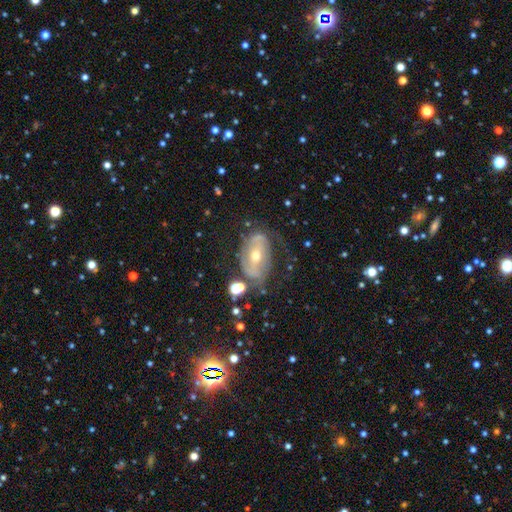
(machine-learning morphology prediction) Smooth or featured?
  - featured or disk: 69% *
  - smooth: 21%
  - star or artifact: 9%
Edge-on disk?
  - no: 92% *
  - yes: 8%
Bar?
  - no: 37% *
  - weak: 33%
  - strong: 30%
Spiral arms?
  - yes: 66% *
  - no: 34%
Bulge size?
  - moderate: 52% *
  - small: 44%
  - large: 2%
  - none: 1%
  - dominant: 1%
Merging?
  - none: 52% *
  - minor disturbance: 23%
  - major disturbance: 20%
  - merger: 5%